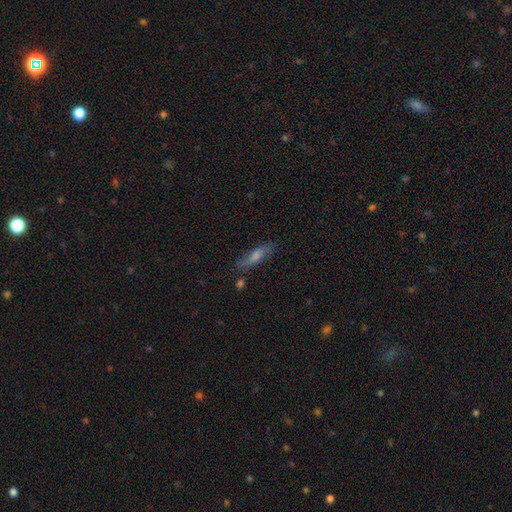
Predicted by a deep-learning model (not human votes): A smooth galaxy with no disk features (45%). Merging: none (76%).